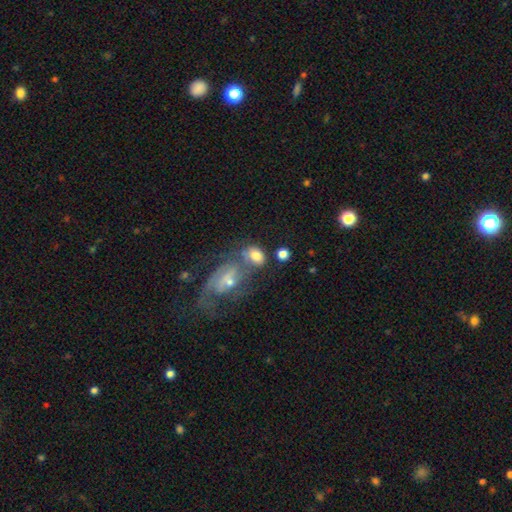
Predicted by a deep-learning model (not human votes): Morphology: type=smooth (68%); roundness=in between (68%); merging=none (38%).